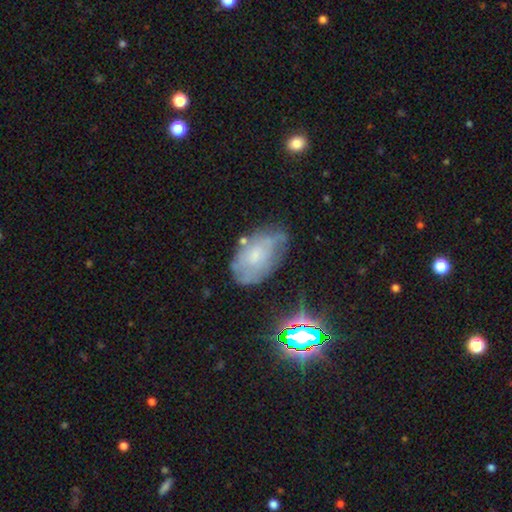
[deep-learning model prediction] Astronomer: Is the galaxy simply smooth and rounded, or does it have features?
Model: featured or disk — 44% (runner-up: smooth, 43%).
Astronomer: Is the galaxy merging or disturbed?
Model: none — 53% (runner-up: minor disturbance, 31%).